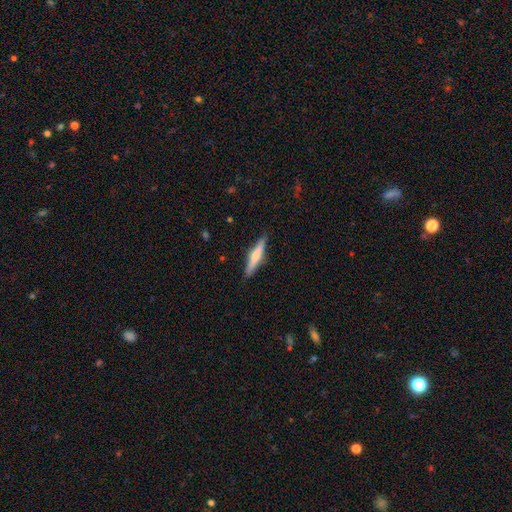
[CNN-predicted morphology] smooth 54%, featured or disk 40%, star or artifact 6%. Down the decision tree: how rounded — cigar-shaped (85%); merging — none (87%).